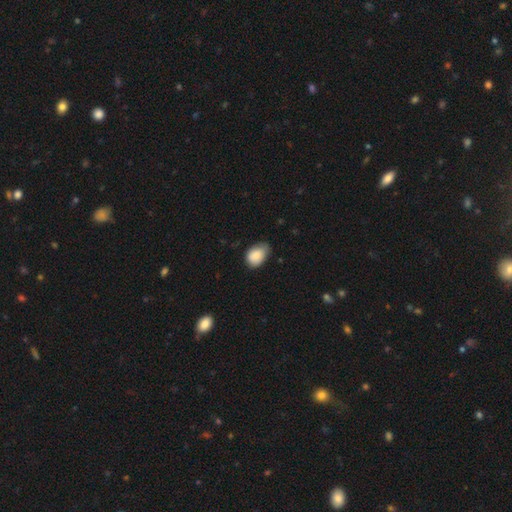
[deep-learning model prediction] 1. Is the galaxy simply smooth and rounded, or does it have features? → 84% smooth, 9% featured or disk, 7% star or artifact.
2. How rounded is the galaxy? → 82% in between, 17% round, 1% cigar-shaped.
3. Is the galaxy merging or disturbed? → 53% none, 39% minor disturbance, 7% major disturbance, 1% merger.